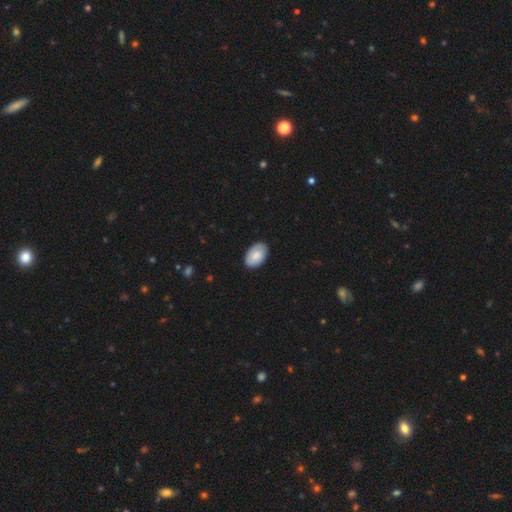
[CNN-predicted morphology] type=smooth (80%); roundness=in between (92%); merging=none (87%).